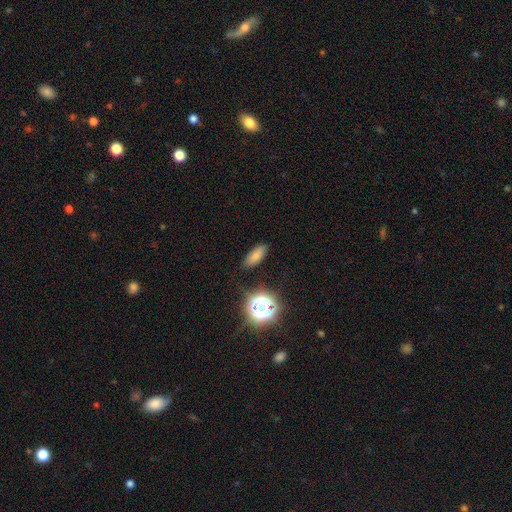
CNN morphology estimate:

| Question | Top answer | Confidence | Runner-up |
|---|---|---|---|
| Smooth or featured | smooth | 73% | star or artifact (17%) |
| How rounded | in between | 76% | cigar-shaped (18%) |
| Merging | none | 83% | minor disturbance (12%) |